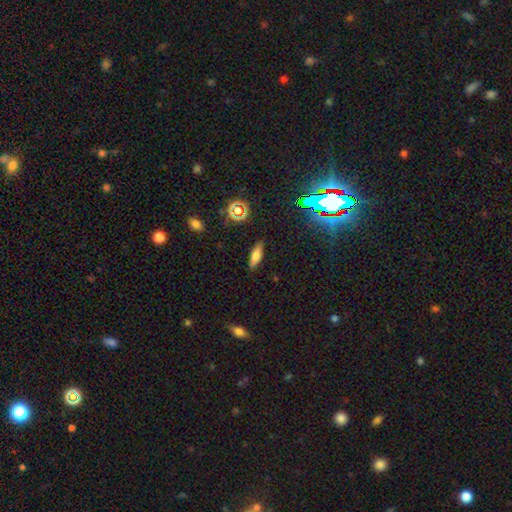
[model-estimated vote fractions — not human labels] The model was most divided on "how rounded": cigar-shaped: 50%, in between: 46%, round: 3%. More confident: merging — none (86%); smooth or featured — smooth (64%).